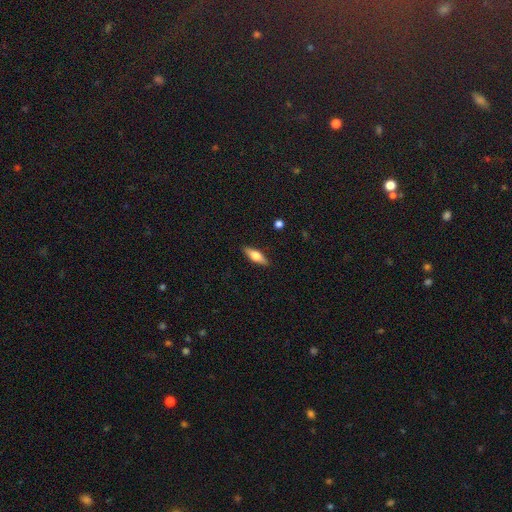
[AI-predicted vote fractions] A smooth galaxy with no disk features (53%) that is in between round and cigar-shaped (52%). Merging: none (89%).